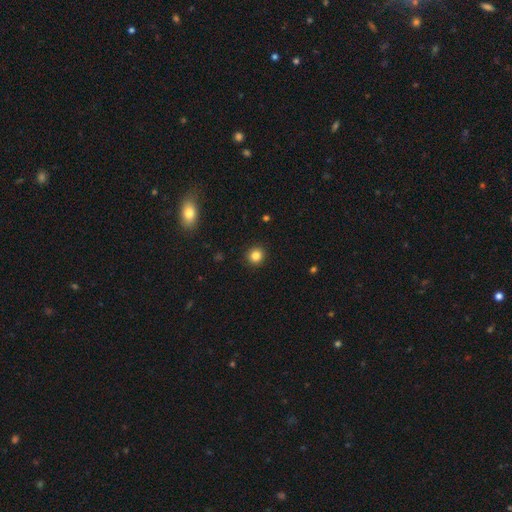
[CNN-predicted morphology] Smooth or featured?
  - smooth: 84% *
  - star or artifact: 12%
  - featured or disk: 5%
How rounded?
  - round: 90% *
  - in between: 9%
  - cigar-shaped: 1%
Merging?
  - none: 92% *
  - minor disturbance: 5%
  - major disturbance: 2%
  - merger: 1%